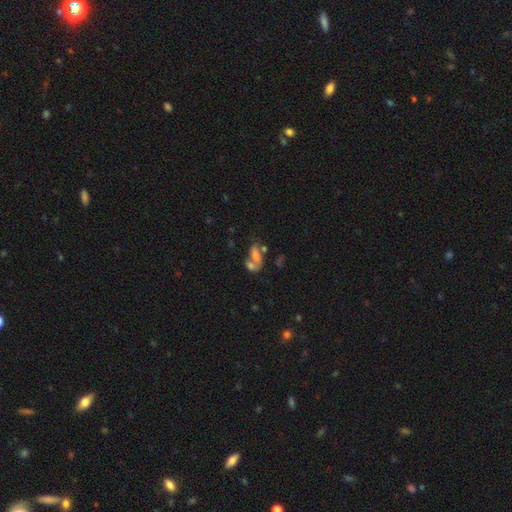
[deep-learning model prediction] smooth_or_featured: smooth (p=0.58) [alt: featured or disk p=0.28]
how_rounded: in between (p=0.80) [alt: cigar-shaped p=0.11]
merging: merger (p=0.54) [alt: none p=0.25]